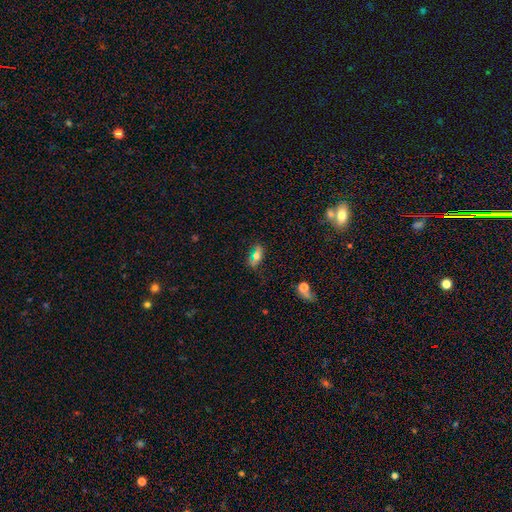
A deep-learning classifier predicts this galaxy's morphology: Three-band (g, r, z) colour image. It shows a smooth galaxy with no disk features (52%) that is in between round and cigar-shaped (74%). Merging: none (69%).